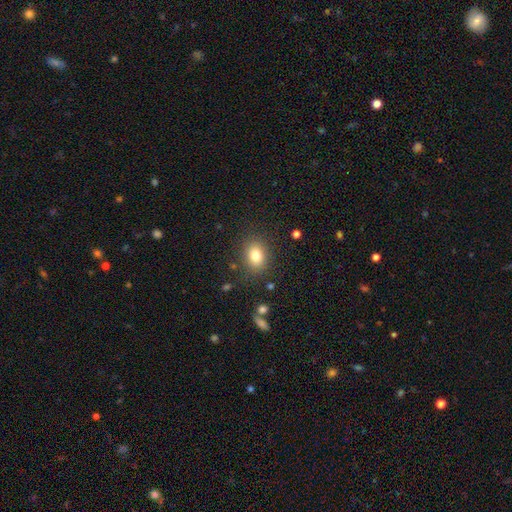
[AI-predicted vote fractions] smooth 81%, star or artifact 11%, featured or disk 8%. Down the decision tree: how rounded — in between (62%); merging — none (84%).